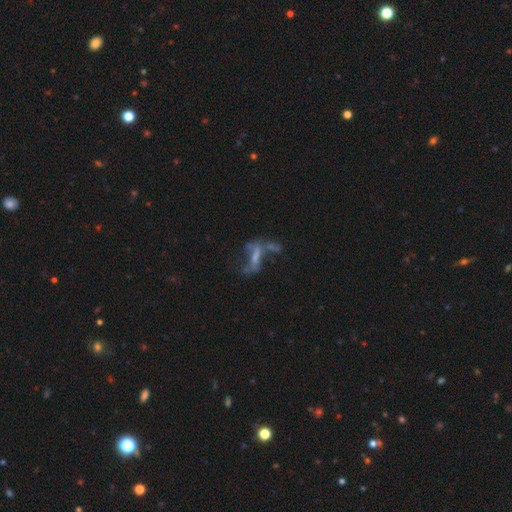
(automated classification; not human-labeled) Morphology: type=featured or disk (56%); edge-on=no (81%); merging=major disturbance (32%).